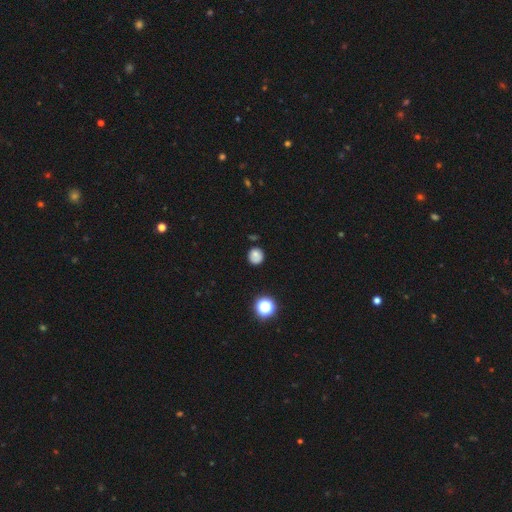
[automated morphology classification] This appears to be a smooth galaxy with no disk features (76%) that is round (90%). Merging: none (77%).